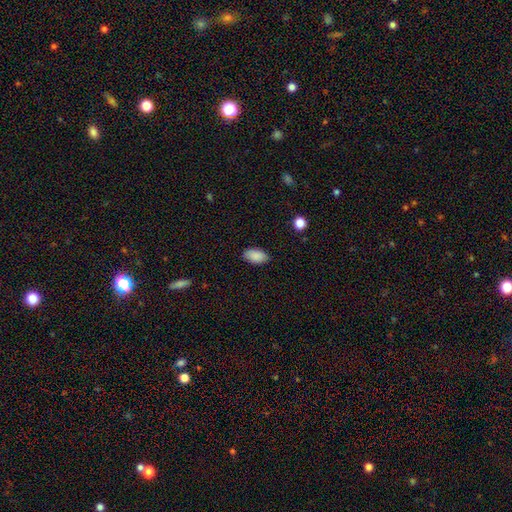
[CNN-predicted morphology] smooth-or-featured: smooth: 89% | star or artifact: 7% | featured or disk: 4%
  how-rounded: in between: 94% | round: 4% | cigar-shaped: 2%
  merging: none: 85% | minor disturbance: 12% | major disturbance: 2% | merger: 1%